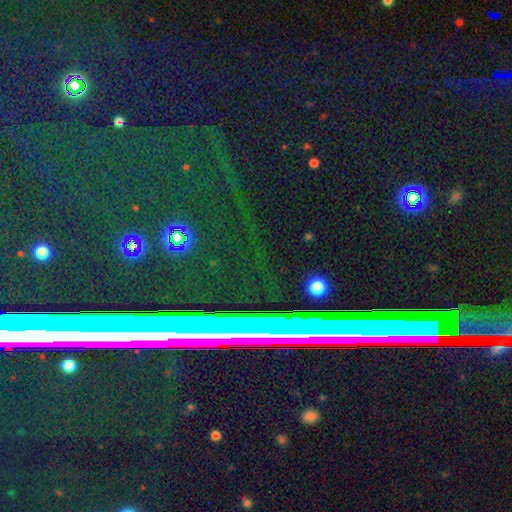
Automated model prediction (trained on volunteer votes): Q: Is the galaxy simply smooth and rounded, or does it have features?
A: star or artifact — 75%.